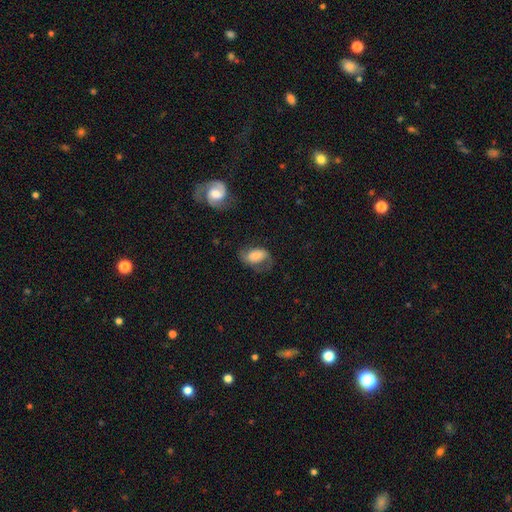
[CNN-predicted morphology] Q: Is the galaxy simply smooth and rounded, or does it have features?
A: smooth — 51%.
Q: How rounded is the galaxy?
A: in between — 87%.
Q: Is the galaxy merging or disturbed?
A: none — 52%.